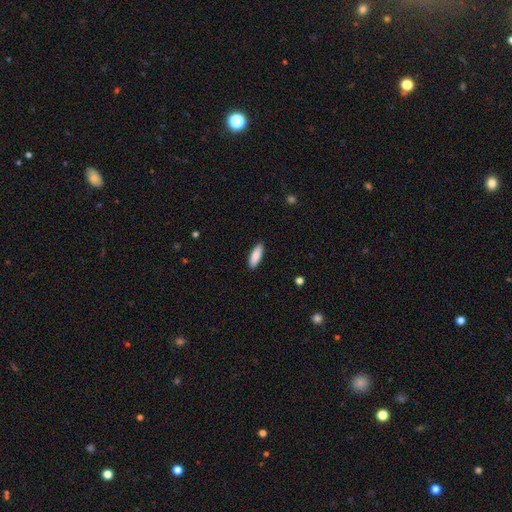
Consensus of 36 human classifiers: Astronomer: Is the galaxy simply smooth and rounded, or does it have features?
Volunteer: smooth — 89%.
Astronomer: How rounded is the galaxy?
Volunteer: in between — 59% (runner-up: cigar-shaped, 38%).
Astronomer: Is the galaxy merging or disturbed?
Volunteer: none — 83%.